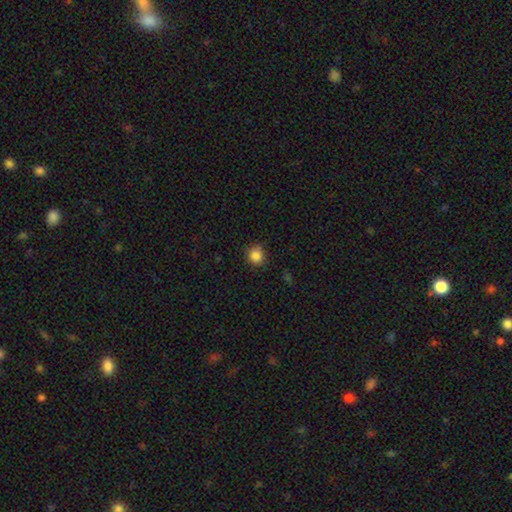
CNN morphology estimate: Smooth or featured: smooth — 84% (star or artifact — 11%)
How rounded: round — 87% (in between — 12%)
Merging: none — 84% (minor disturbance — 12%)